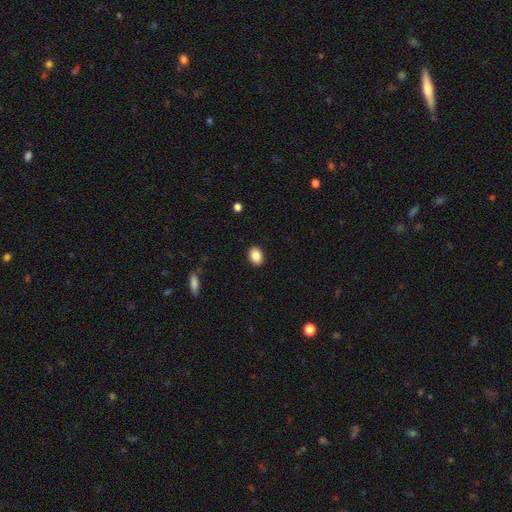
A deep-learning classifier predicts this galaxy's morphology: Smooth or featured? smooth (87%)
How rounded? in between (70%)
Merging? none (90%)